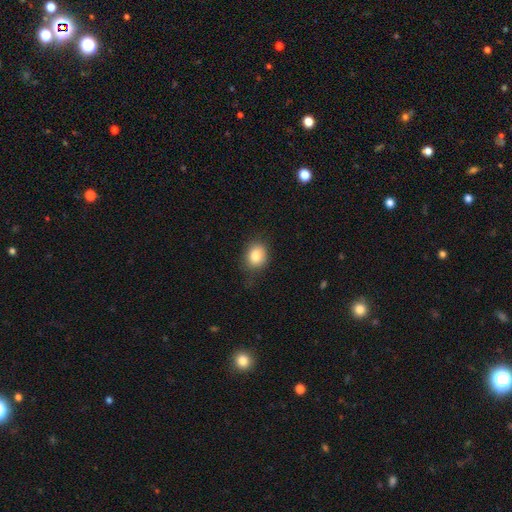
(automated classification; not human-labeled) Q: Smooth or featured?
A: smooth (83%); runner-up: star or artifact (10%)
Q: How rounded?
A: round (58%); runner-up: in between (41%)
Q: Merging?
A: none (77%); runner-up: minor disturbance (17%)